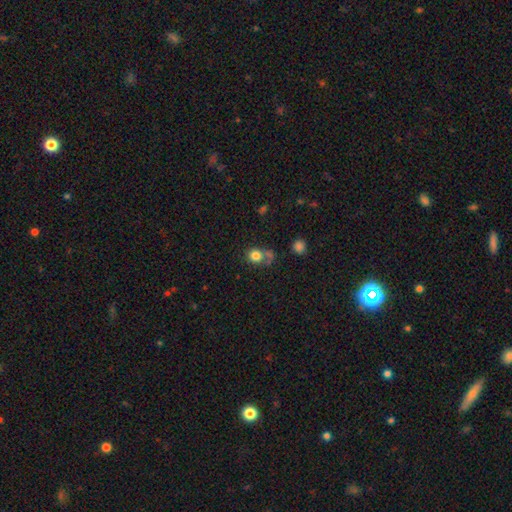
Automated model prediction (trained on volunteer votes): Q: Smooth or featured?
A: smooth (81%); runner-up: star or artifact (11%)
Q: How rounded?
A: round (77%); runner-up: in between (22%)
Q: Merging?
A: none (54%); runner-up: merger (22%)